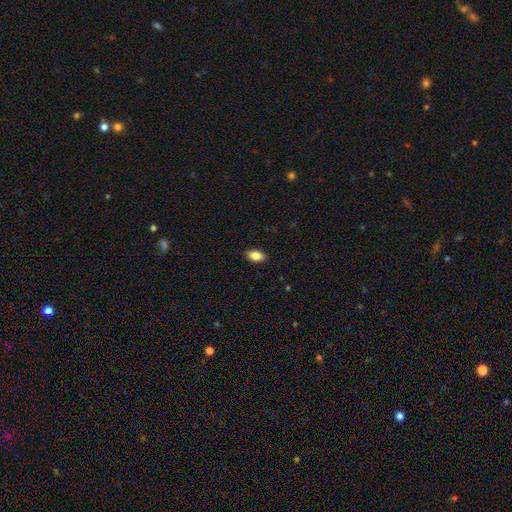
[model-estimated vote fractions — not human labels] Smooth or featured?
  - smooth: 87% *
  - star or artifact: 8%
  - featured or disk: 5%
How rounded?
  - in between: 92% *
  - round: 6%
  - cigar-shaped: 2%
Merging?
  - none: 89% *
  - minor disturbance: 8%
  - major disturbance: 2%
  - merger: 1%